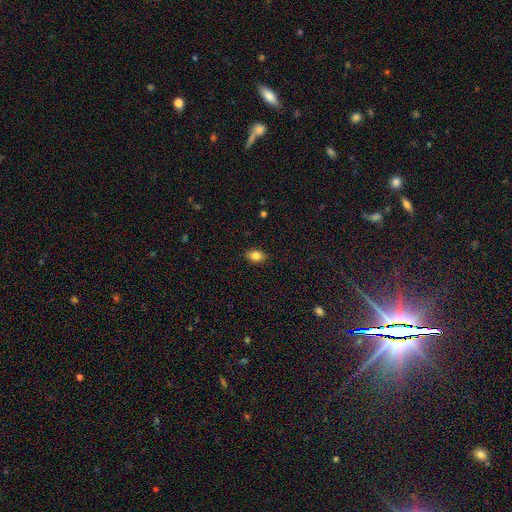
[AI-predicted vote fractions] This appears to be a smooth galaxy with no disk features (85%) that is in between round and cigar-shaped (76%). Merging: none (87%).